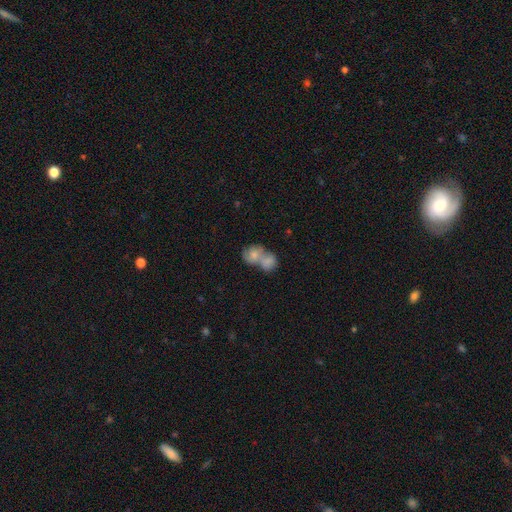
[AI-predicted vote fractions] A smooth galaxy with no disk features (70%) that is in between round and cigar-shaped (50%).

Vote fractions:
- Smooth or featured? smooth: 70% / featured or disk: 22% / star or artifact: 8%
- How rounded? in between: 50% / round: 48% / cigar-shaped: 2%
- Merging? merger: 74% / none: 16% / minor disturbance: 6% / major disturbance: 4%